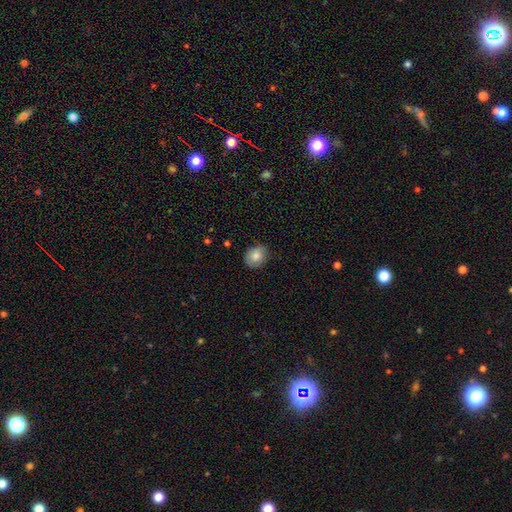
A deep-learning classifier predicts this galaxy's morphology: Smooth or featured?
  - smooth: 84% *
  - featured or disk: 8%
  - star or artifact: 8%
How rounded?
  - round: 56% *
  - in between: 44%
  - cigar-shaped: 1%
Merging?
  - none: 81% *
  - minor disturbance: 15%
  - major disturbance: 3%
  - merger: 1%